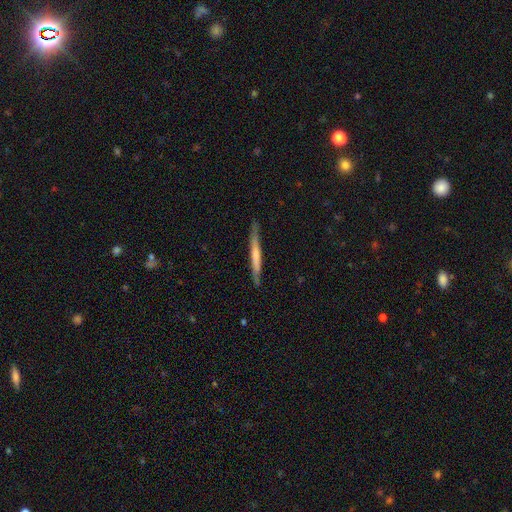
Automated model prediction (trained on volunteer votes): smooth 48%, featured or disk 47%, star or artifact 5%. Down the decision tree: merging — none (84%).